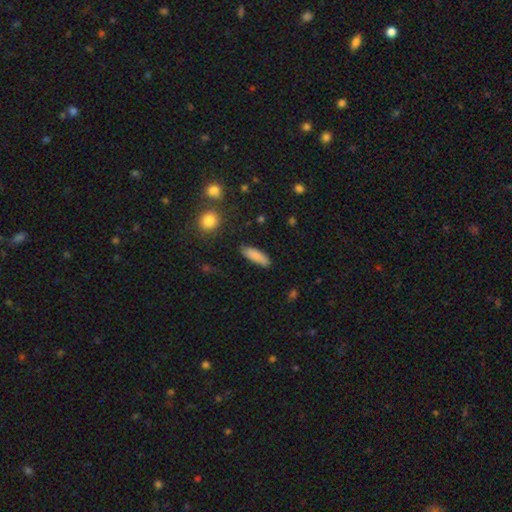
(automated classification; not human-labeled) The model was most divided on "how rounded": in between: 50%, cigar-shaped: 48%, round: 2%. More confident: smooth or featured — smooth (84%); merging — none (83%).